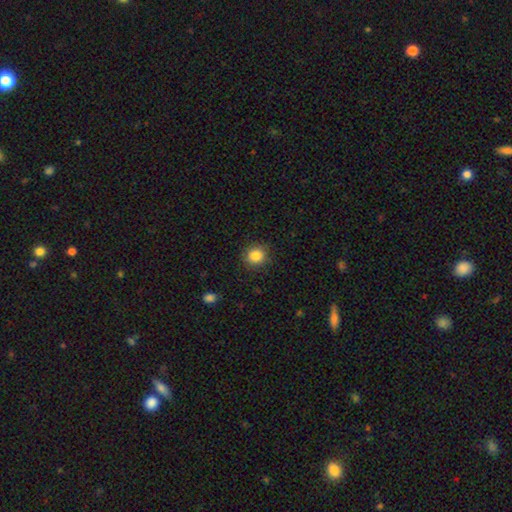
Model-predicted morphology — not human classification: Smooth or featured: smooth — 84% (star or artifact — 10%)
How rounded: round — 84% (in between — 15%)
Merging: none — 88% (minor disturbance — 8%)